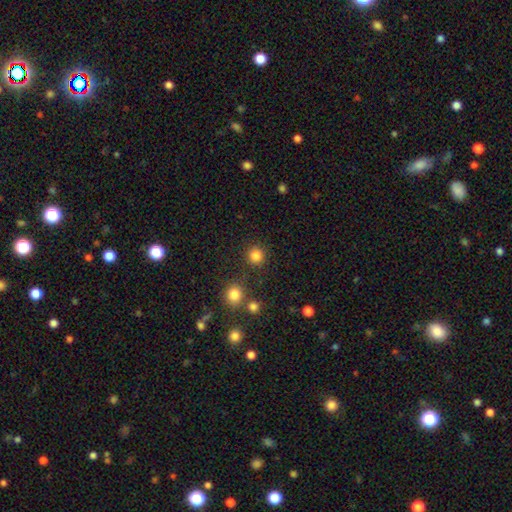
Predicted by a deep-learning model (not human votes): Smooth or featured: smooth — 84% (star or artifact — 13%)
How rounded: round — 93% (in between — 6%)
Merging: none — 87% (minor disturbance — 6%)